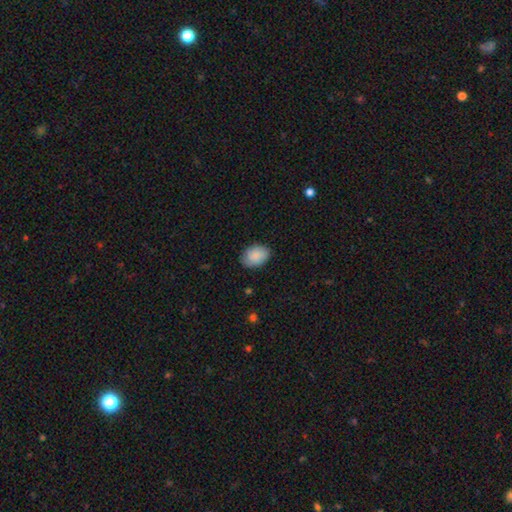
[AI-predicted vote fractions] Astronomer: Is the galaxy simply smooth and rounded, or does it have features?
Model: smooth — 87%.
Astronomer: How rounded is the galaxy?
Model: in between — 76%.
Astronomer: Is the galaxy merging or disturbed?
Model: none — 78%.